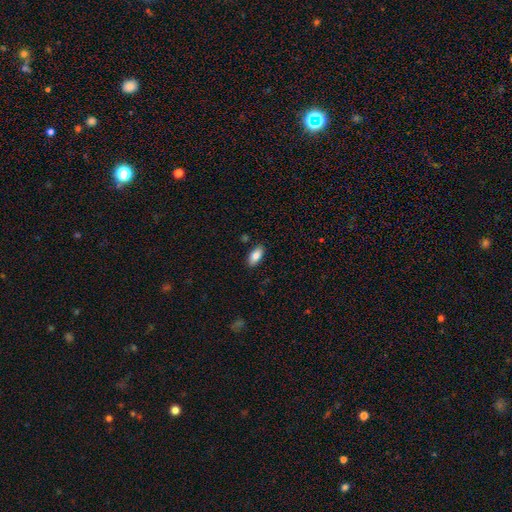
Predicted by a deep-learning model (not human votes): Morphology: type=smooth (84%); roundness=in between (91%); merging=none (87%).